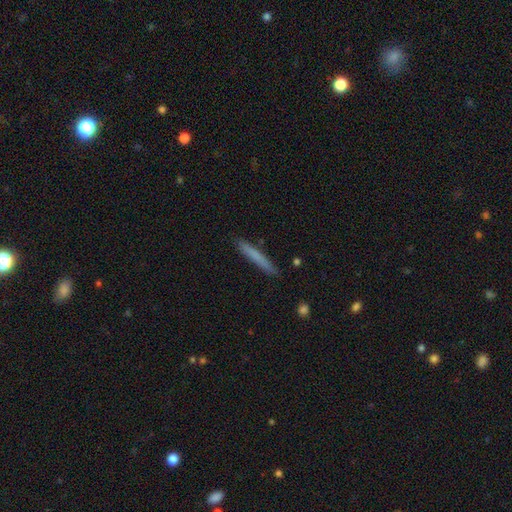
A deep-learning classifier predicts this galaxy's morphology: Smooth or featured: smooth — 72% (featured or disk — 22%)
How rounded: cigar-shaped — 96% (in between — 3%)
Merging: none — 89% (minor disturbance — 8%)